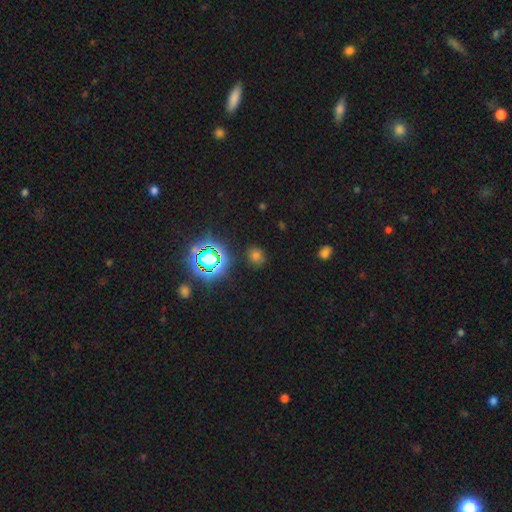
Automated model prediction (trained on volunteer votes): smooth-or-featured: smooth: 64% | star or artifact: 29% | featured or disk: 7%
  how-rounded: round: 76% | in between: 23% | cigar-shaped: 1%
  merging: none: 84% | minor disturbance: 10% | major disturbance: 3% | merger: 2%